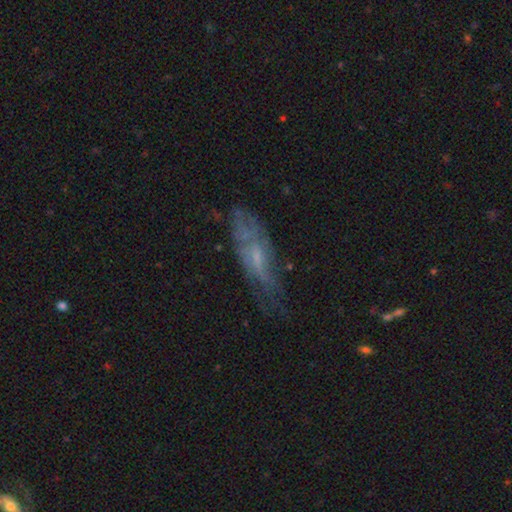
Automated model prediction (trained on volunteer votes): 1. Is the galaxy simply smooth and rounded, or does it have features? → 54% featured or disk, 35% smooth, 11% star or artifact.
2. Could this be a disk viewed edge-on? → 71% no, 29% yes.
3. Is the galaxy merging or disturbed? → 57% none, 26% minor disturbance, 15% major disturbance, 3% merger.